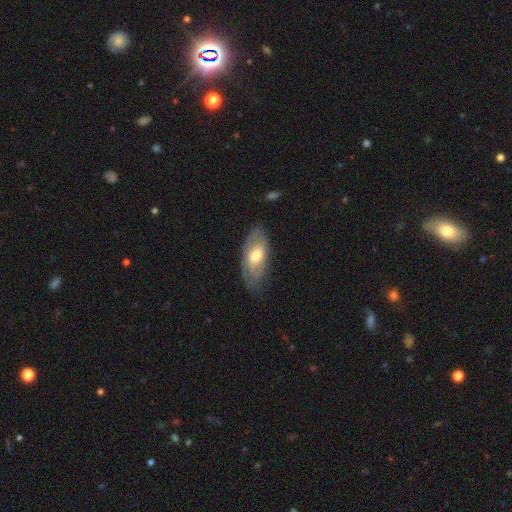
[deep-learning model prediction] Smooth or featured? Predicted: smooth (p=0.48). Merging? Predicted: none (p=0.62).